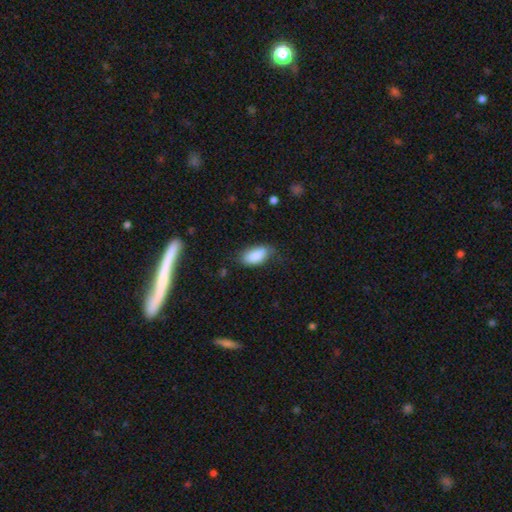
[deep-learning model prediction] Smooth or featured: smooth — 84% (featured or disk — 9%)
How rounded: in between — 90% (cigar-shaped — 7%)
Merging: none — 65% (minor disturbance — 27%)